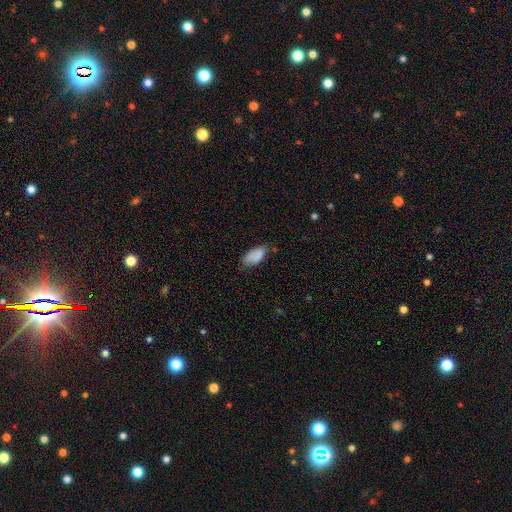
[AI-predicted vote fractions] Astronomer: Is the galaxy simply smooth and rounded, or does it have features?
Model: smooth — 85%.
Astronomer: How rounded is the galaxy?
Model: in between — 92%.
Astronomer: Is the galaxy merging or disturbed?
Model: none — 60%.